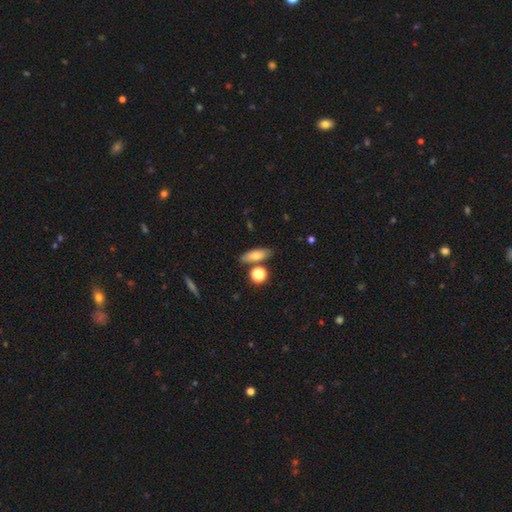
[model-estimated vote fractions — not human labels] Smooth or featured? smooth (73%)
How rounded? in between (64%)
Merging? none (74%)